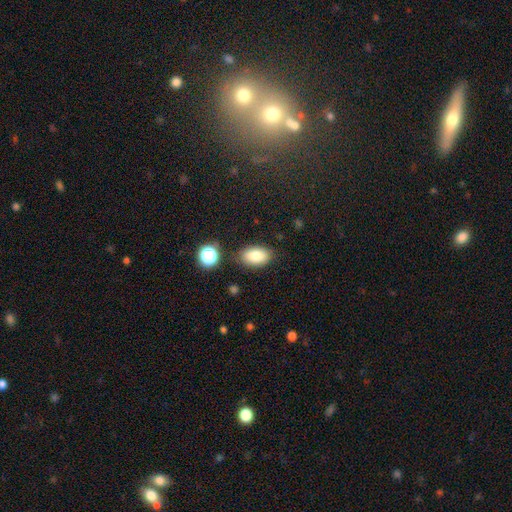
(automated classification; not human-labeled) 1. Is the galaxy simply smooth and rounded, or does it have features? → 83% smooth, 9% star or artifact, 8% featured or disk.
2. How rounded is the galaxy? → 91% in between, 7% round, 2% cigar-shaped.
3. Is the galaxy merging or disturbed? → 81% none, 12% minor disturbance, 3% major disturbance, 3% merger.